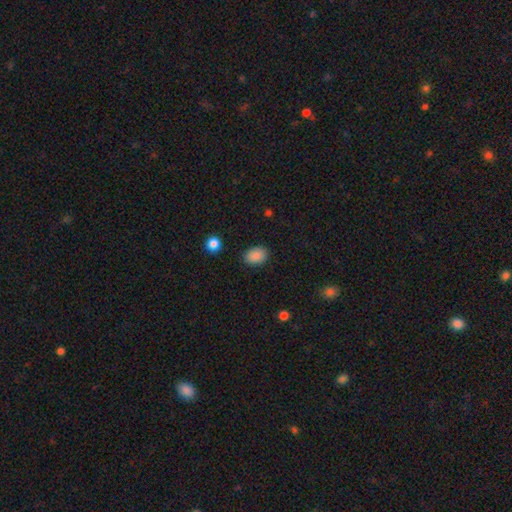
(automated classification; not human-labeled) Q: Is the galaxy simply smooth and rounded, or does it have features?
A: smooth — 89%.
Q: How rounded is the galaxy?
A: in between — 76%.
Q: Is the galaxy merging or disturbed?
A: none — 87%.